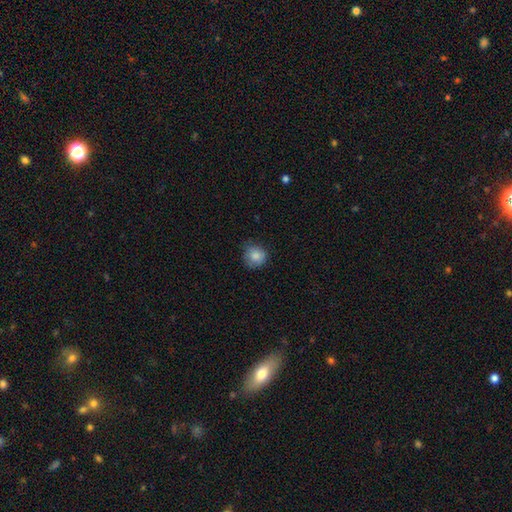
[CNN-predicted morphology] A smooth galaxy with no disk features (85%) that is round (90%).

Vote fractions:
- Smooth or featured? smooth: 85% / star or artifact: 9% / featured or disk: 6%
- How rounded? round: 90% / in between: 9% / cigar-shaped: 1%
- Merging? none: 77% / minor disturbance: 19% / major disturbance: 3% / merger: 1%